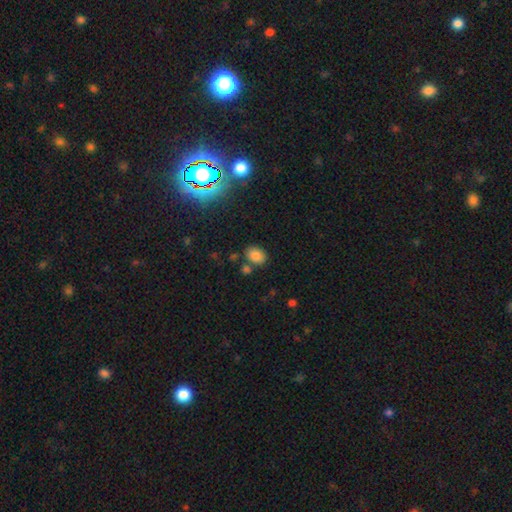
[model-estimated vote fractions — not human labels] Q: Smooth or featured?
A: smooth (82%); runner-up: star or artifact (12%)
Q: How rounded?
A: in between (73%); runner-up: round (26%)
Q: Merging?
A: none (74%); runner-up: minor disturbance (12%)